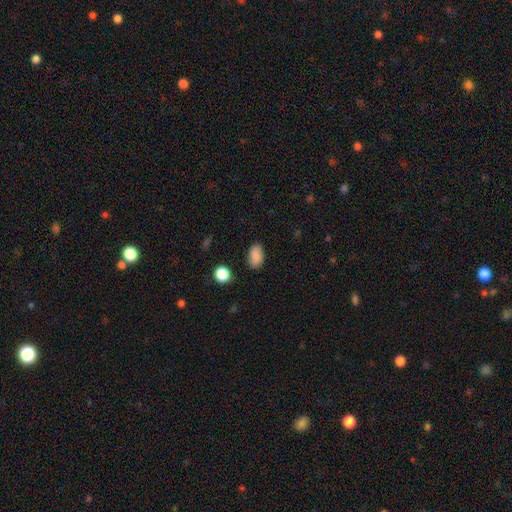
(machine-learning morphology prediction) Smooth or featured? smooth (86%)
How rounded? in between (89%)
Merging? none (83%)